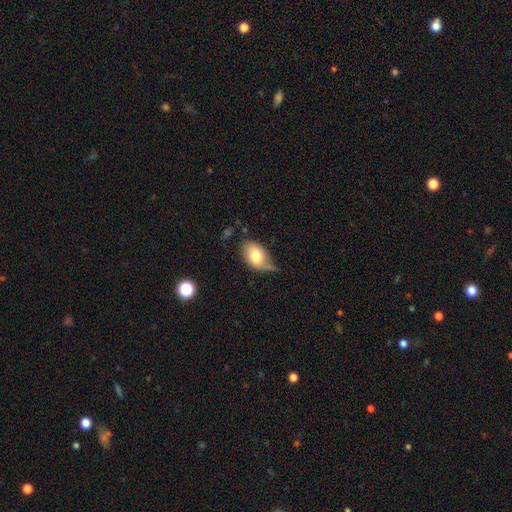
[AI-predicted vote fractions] smooth_or_featured: smooth (p=0.73) [alt: featured or disk p=0.20]
how_rounded: in between (p=0.87) [alt: round p=0.11]
merging: none (p=0.46) [alt: minor disturbance p=0.37]